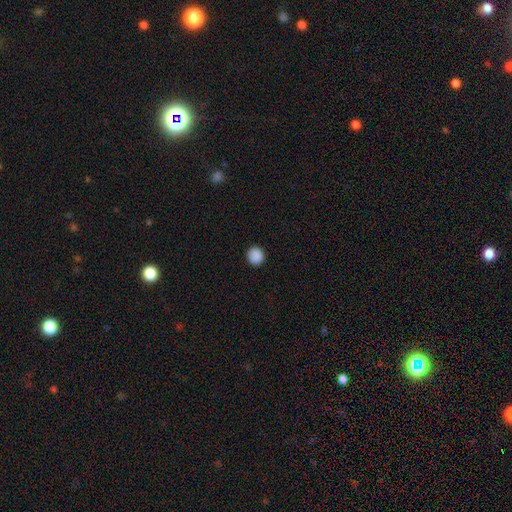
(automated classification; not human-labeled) A smooth galaxy with no disk features (89%) that is round (89%). Merging: none (92%).